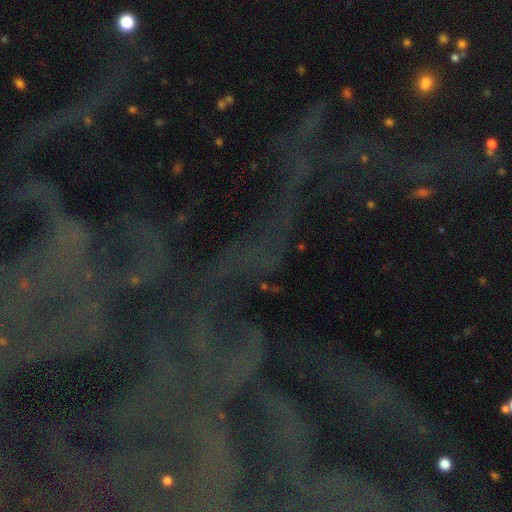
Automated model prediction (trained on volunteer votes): smooth_or_featured: star or artifact (p=0.76) [alt: featured or disk p=0.14]